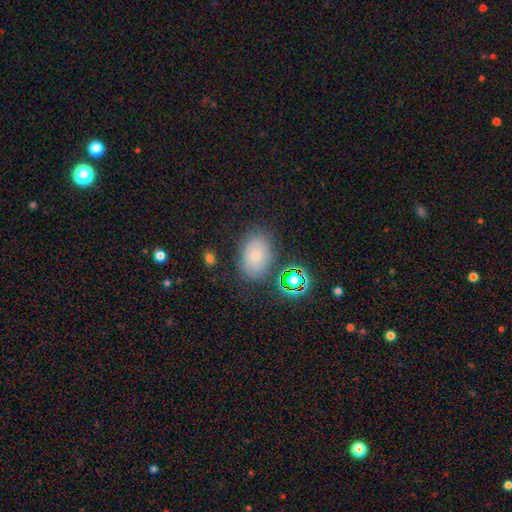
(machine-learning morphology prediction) A smooth galaxy with no disk features (67%) that is in between round and cigar-shaped (80%).

Vote fractions:
- Smooth or featured? smooth: 67% / featured or disk: 17% / star or artifact: 16%
- How rounded? in between: 80% / round: 19% / cigar-shaped: 1%
- Merging? none: 74% / minor disturbance: 17% / major disturbance: 6% / merger: 4%